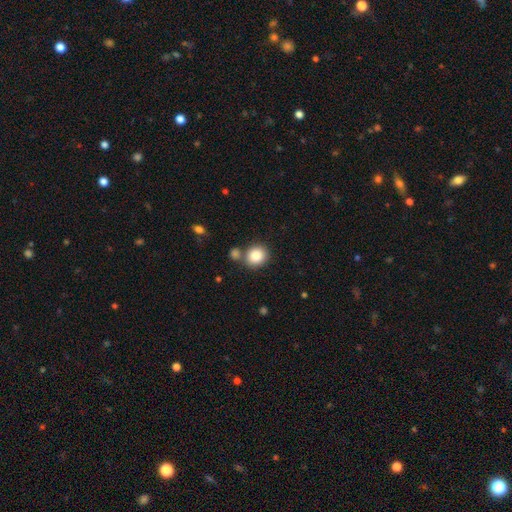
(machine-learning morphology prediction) Smooth or featured? Predicted: smooth (p=0.85). How rounded? Predicted: round (p=0.79). Merging? Predicted: none (p=0.68).